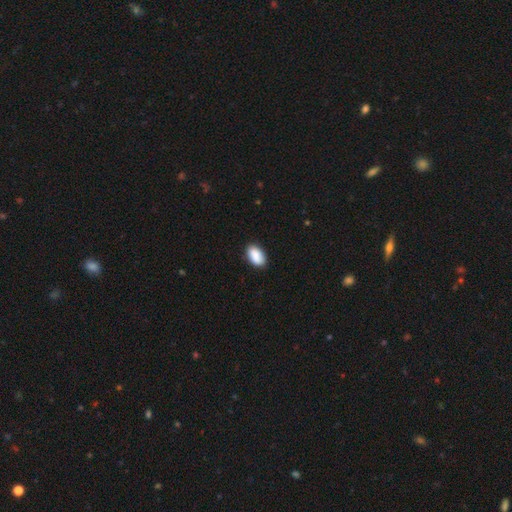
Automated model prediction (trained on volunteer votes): This is clearly a smooth galaxy (89%). How rounded: clearly in between (93%). Merging: clearly none (86%).